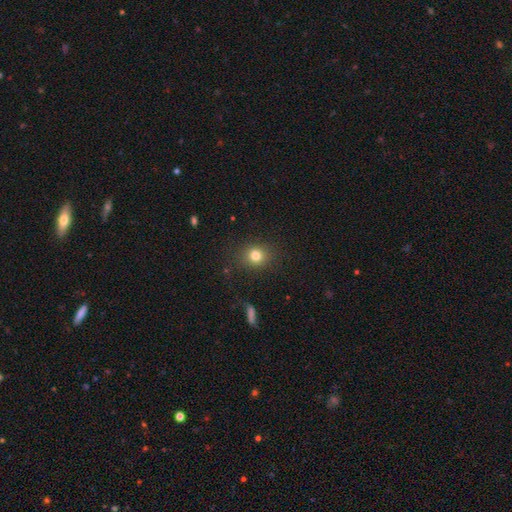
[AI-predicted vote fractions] smooth 80%, star or artifact 13%, featured or disk 8%. Down the decision tree: how rounded — round (74%); merging — none (85%).